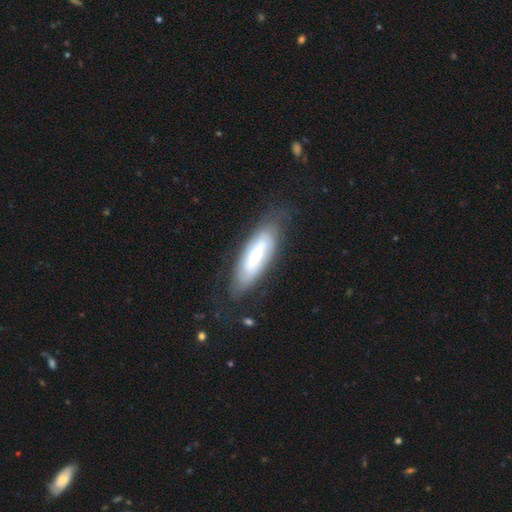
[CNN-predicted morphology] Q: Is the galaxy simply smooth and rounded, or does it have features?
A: featured or disk — 52%.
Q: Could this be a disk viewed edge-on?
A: no — 74%.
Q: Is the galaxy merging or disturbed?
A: none — 71%.